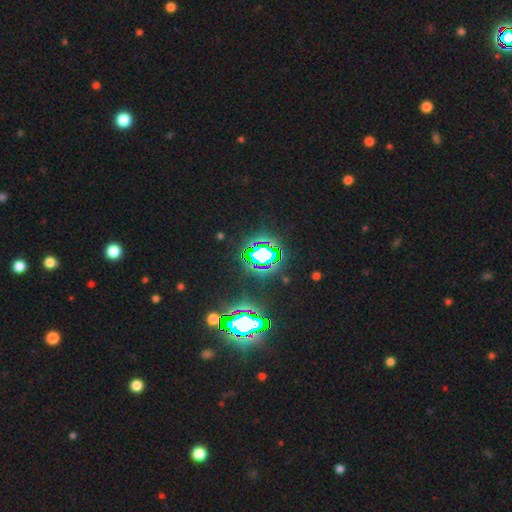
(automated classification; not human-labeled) star or artifact 81%, smooth 11%, featured or disk 8%.